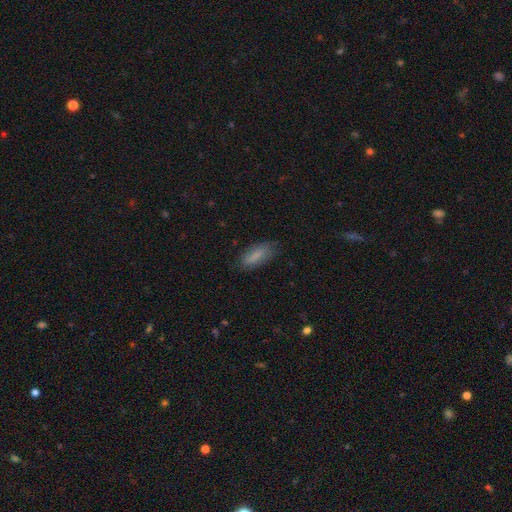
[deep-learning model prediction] smooth 79%, featured or disk 14%, star or artifact 7%. Down the decision tree: how rounded — in between (67%); merging — none (74%).